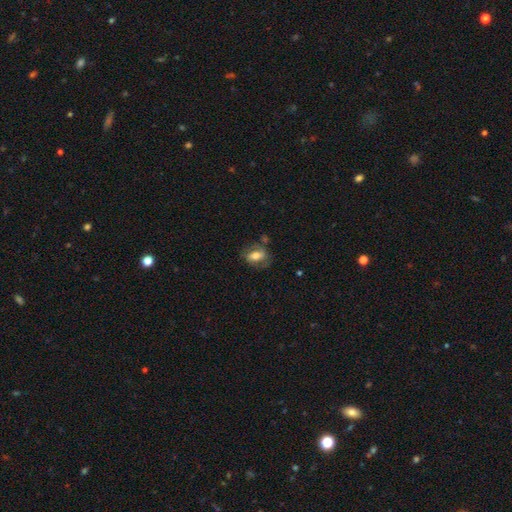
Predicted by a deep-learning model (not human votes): Smooth or featured: smooth — 58% (featured or disk — 35%)
How rounded: in between — 80% (round — 16%)
Merging: none — 58% (minor disturbance — 23%)